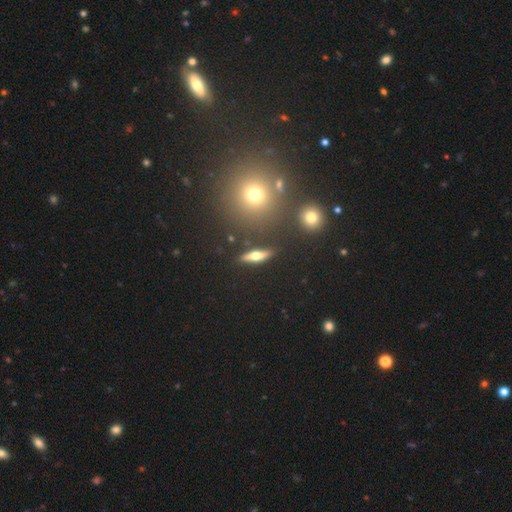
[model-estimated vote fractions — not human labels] smooth-or-featured: featured or disk: 54% | smooth: 35% | star or artifact: 11%
  disk-edge-on: yes: 90% | no: 10%
  merging: none: 86% | minor disturbance: 8% | merger: 3% | major disturbance: 3%